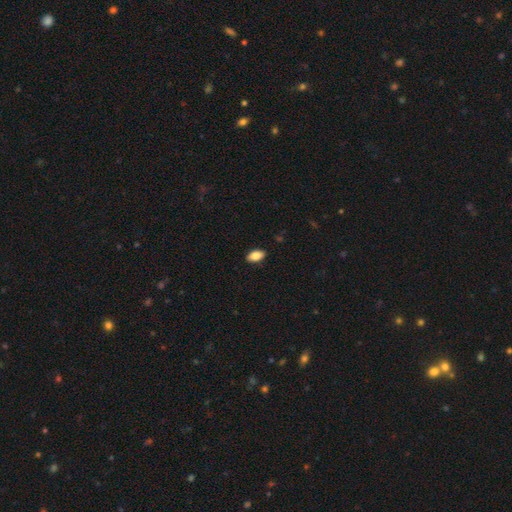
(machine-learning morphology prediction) This appears to be a smooth galaxy with no disk features (84%) that is in between round and cigar-shaped (92%). Merging: none (89%).